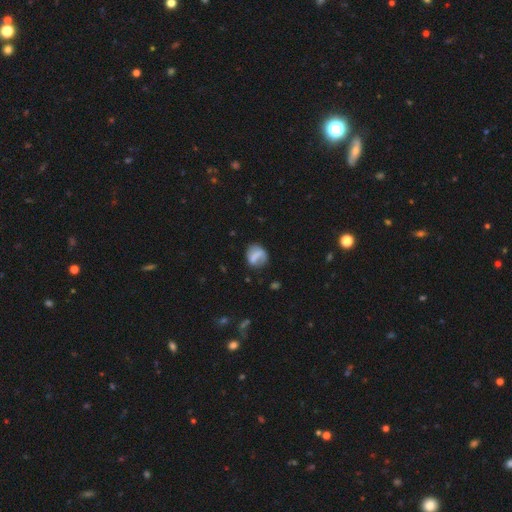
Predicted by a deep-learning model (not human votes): The model was most divided on "smooth or featured": smooth: 59%, featured or disk: 32%, star or artifact: 9%. More confident: how rounded — round (67%); merging — none (62%).